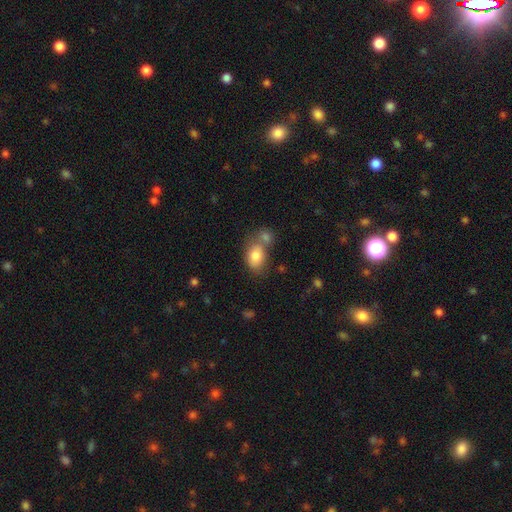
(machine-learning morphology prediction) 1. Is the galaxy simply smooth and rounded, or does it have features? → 81% smooth, 10% featured or disk, 8% star or artifact.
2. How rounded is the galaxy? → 79% in between, 19% round, 1% cigar-shaped.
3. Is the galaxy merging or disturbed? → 41% none, 40% merger, 13% minor disturbance, 5% major disturbance.